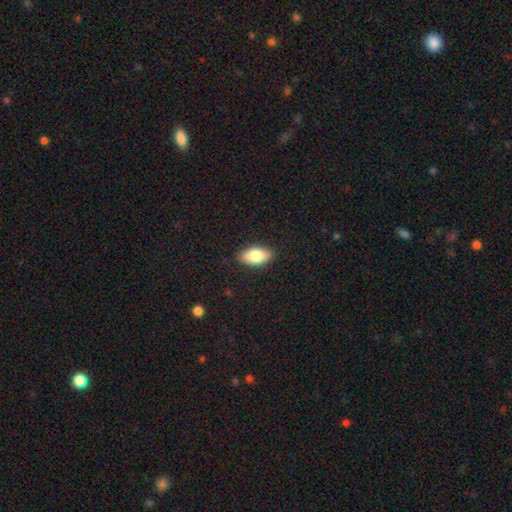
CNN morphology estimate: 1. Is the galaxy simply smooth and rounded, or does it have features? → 79% smooth, 15% featured or disk, 7% star or artifact.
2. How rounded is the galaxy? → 90% in between, 6% cigar-shaped, 4% round.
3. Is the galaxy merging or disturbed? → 87% none, 10% minor disturbance, 2% major disturbance, 1% merger.